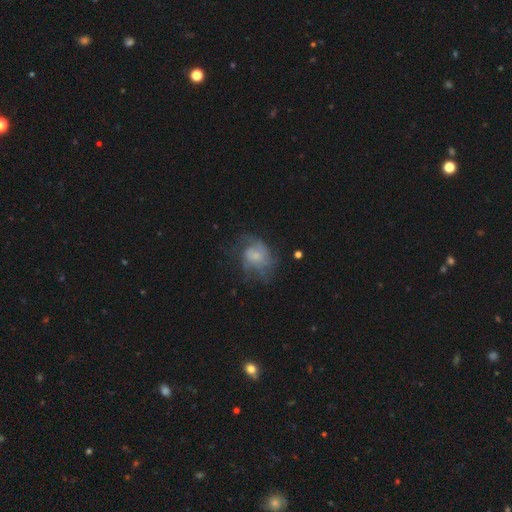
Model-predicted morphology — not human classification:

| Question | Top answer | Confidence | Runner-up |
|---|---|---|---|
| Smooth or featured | featured or disk | 57% | smooth (33%) |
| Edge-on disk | no | 97% | yes (3%) |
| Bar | no | 74% | weak (23%) |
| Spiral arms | yes | 70% | no (30%) |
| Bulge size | small | 44% | moderate (31%) |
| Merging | none | 45% | major disturbance (29%) |